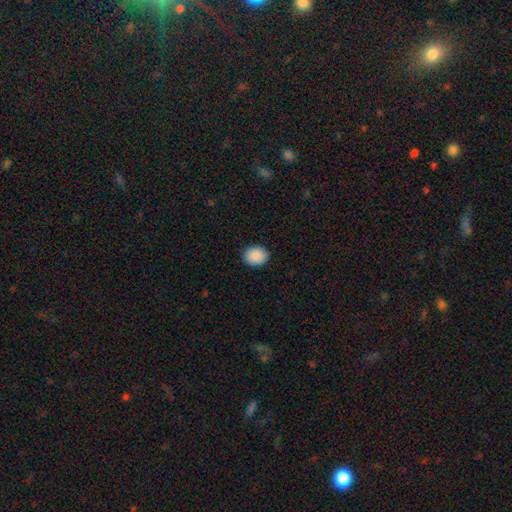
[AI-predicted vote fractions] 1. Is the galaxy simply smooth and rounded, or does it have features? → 90% smooth, 7% star or artifact, 3% featured or disk.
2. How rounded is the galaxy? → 52% in between, 48% round, 1% cigar-shaped.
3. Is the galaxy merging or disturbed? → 90% none, 8% minor disturbance, 2% major disturbance, 1% merger.